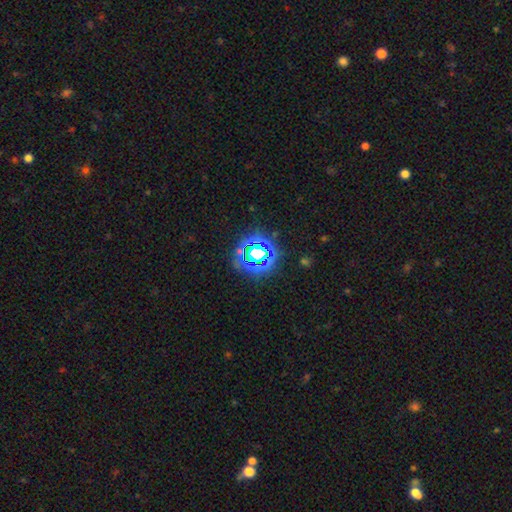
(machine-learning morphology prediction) This is likely a star or artifact rather than a galaxy (68%).